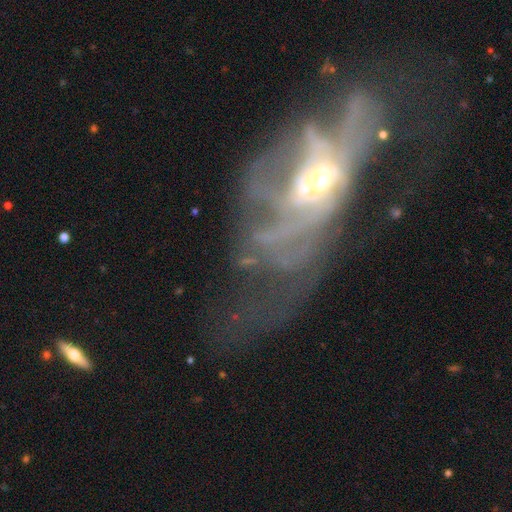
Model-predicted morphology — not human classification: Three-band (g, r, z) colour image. It shows a featured or disk galaxy (73%) with no bar (56%), no spiral arms (51%) and a moderate central bulge (57%). Merging: major disturbance (56%).